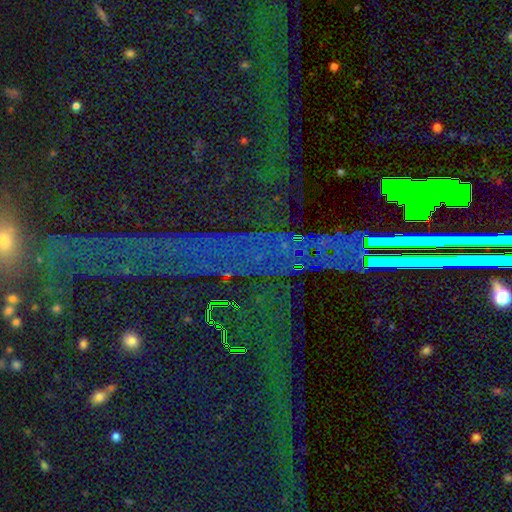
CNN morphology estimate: Smooth or featured: star or artifact — 84% (featured or disk — 9%)